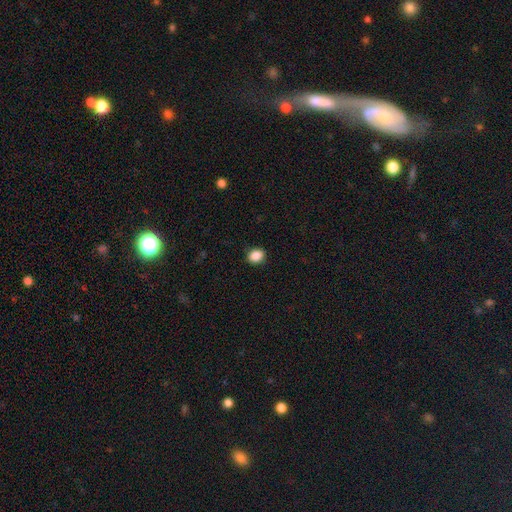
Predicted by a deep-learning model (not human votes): Smooth or featured? Predicted: smooth (p=0.88). How rounded? Predicted: round (p=0.57). Merging? Predicted: none (p=0.89).